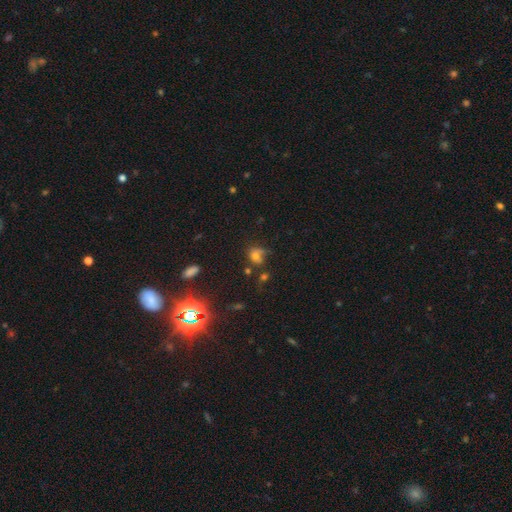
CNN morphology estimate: type=smooth (59%); roundness=round (50%); merging=none (42%).